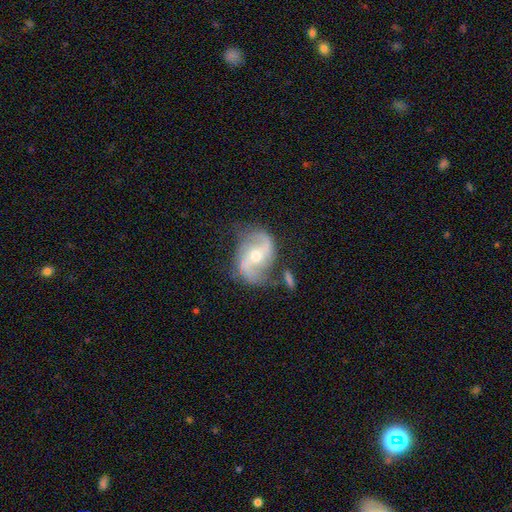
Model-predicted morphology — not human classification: Smooth or featured: featured or disk — 87% (smooth — 8%)
Edge-on disk: no — 97% (yes — 3%)
Bar: weak — 43% (no — 37%)
Spiral arms: yes — 95% (no — 5%)
Spiral winding: loose — 48% (medium — 41%)
Spiral arm count: 2 — 92% (can't tell — 3%)
Bulge size: moderate — 64% (small — 29%)
Merging: none — 68% (minor disturbance — 19%)